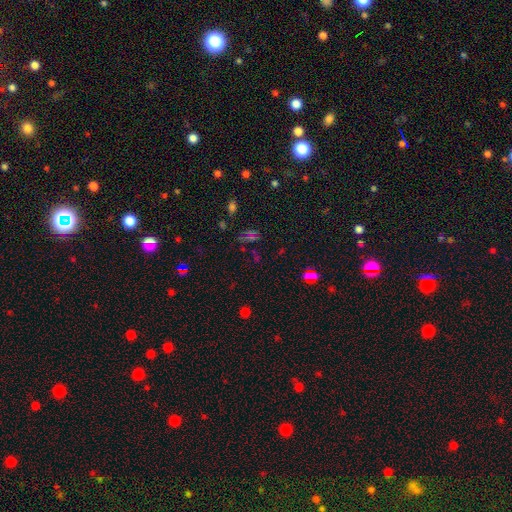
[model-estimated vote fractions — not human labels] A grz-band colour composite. It shows a star or artifact, not a galaxy (54%).